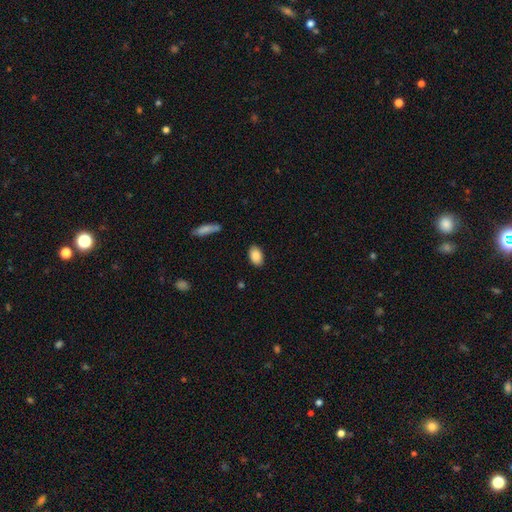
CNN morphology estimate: Smooth or featured? Predicted: smooth (p=0.88). How rounded? Predicted: in between (p=0.91). Merging? Predicted: none (p=0.86).